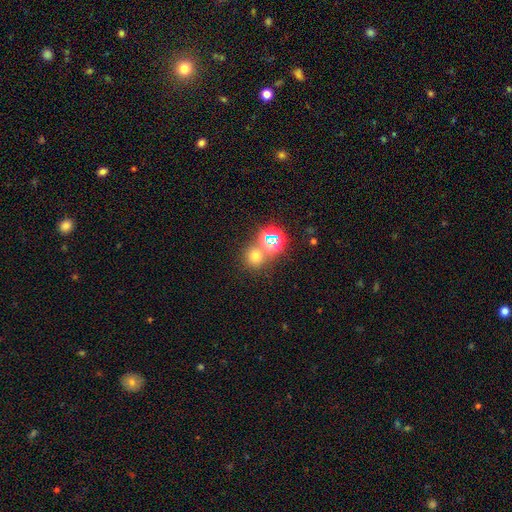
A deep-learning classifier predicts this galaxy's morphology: Smooth or featured? smooth (62%)
How rounded? round (88%)
Merging? none (67%)